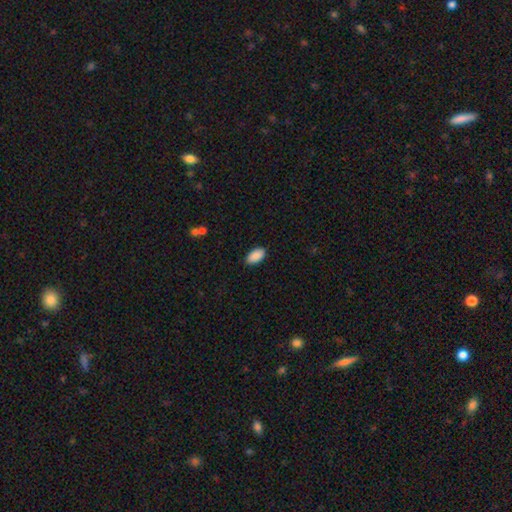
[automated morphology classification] A smooth galaxy with no disk features (90%) that is in between round and cigar-shaped (95%).

Vote fractions:
- Smooth or featured? smooth: 90% / star or artifact: 7% / featured or disk: 4%
- How rounded? in between: 95% / round: 3% / cigar-shaped: 2%
- Merging? none: 88% / minor disturbance: 9% / major disturbance: 2% / merger: 1%